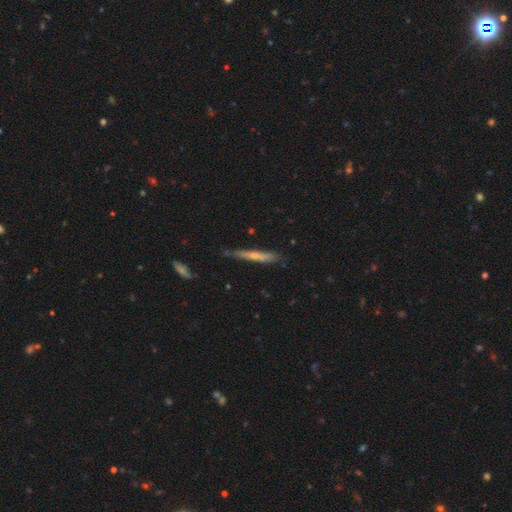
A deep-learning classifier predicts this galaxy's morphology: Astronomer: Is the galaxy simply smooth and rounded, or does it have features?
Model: smooth — 48% (runner-up: featured or disk, 46%).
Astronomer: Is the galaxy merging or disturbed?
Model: none — 77%.